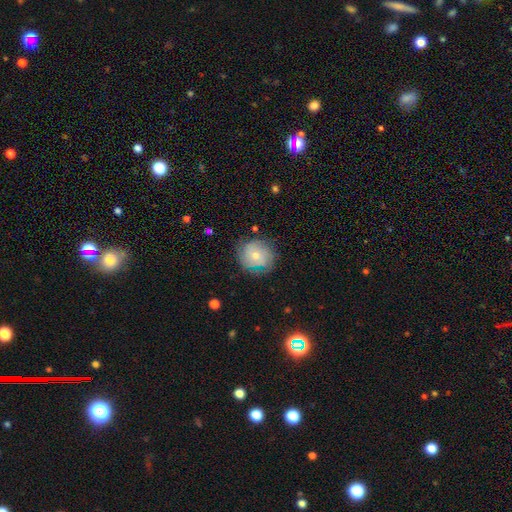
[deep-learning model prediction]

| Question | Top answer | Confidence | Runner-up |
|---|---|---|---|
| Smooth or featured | smooth | 49% | featured or disk (42%) |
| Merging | none | 70% | minor disturbance (21%) |